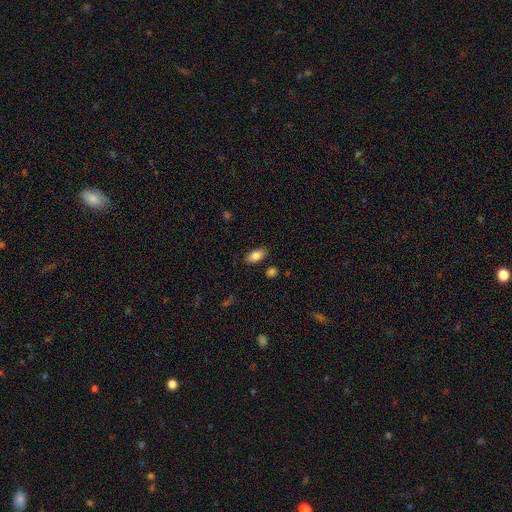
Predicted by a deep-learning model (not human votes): Smooth or featured: smooth — 82% (featured or disk — 10%)
How rounded: in between — 91% (cigar-shaped — 6%)
Merging: none — 84% (minor disturbance — 11%)